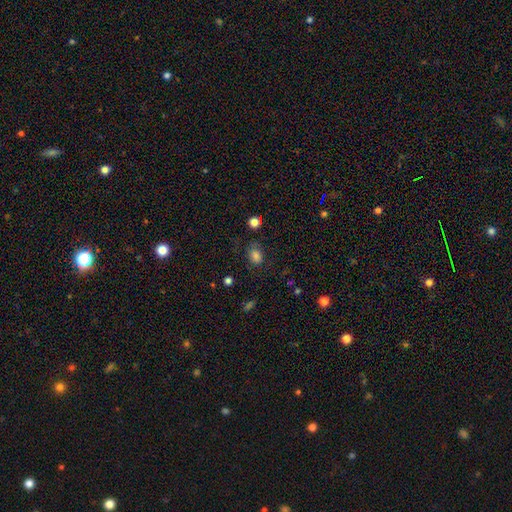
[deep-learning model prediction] Overall: smooth (78%). How rounded: in between (63%; round 35%). Merging: none (68%).